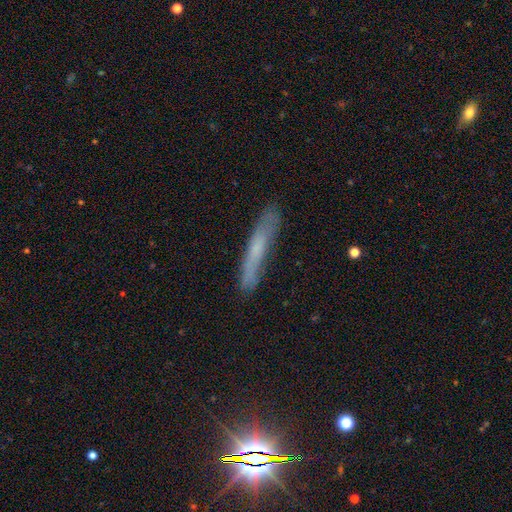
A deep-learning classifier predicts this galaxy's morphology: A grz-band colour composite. It shows a smooth galaxy with no disk features (45%). Merging: none (78%).